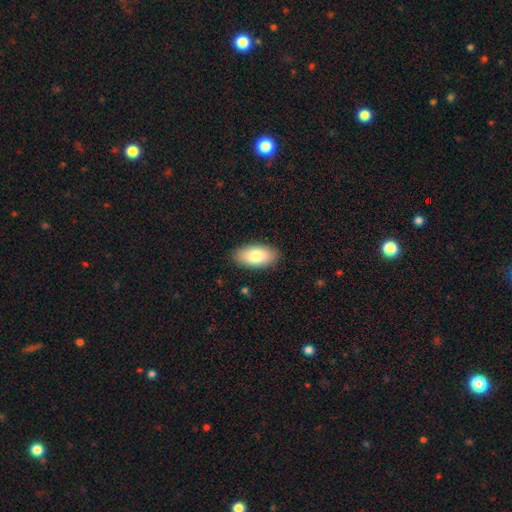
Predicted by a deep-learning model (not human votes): A smooth galaxy with no disk features (81%) that is in between round and cigar-shaped (94%).

Vote fractions:
- Smooth or featured? smooth: 81% / featured or disk: 13% / star or artifact: 6%
- How rounded? in between: 94% / cigar-shaped: 4% / round: 3%
- Merging? none: 88% / minor disturbance: 9% / major disturbance: 2% / merger: 1%